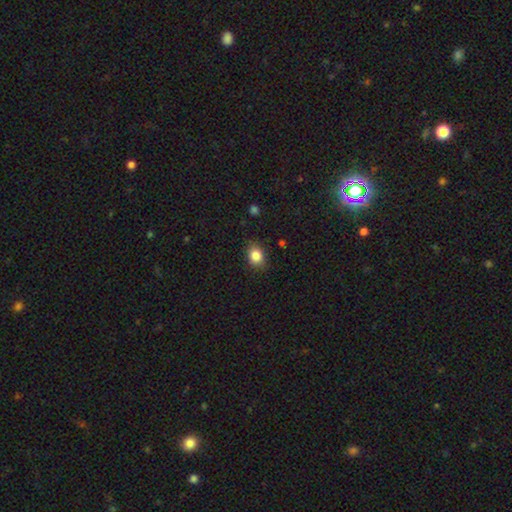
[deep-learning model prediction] Smooth or featured: smooth — 85% (star or artifact — 10%)
How rounded: in between — 55% (round — 44%)
Merging: none — 84% (minor disturbance — 12%)